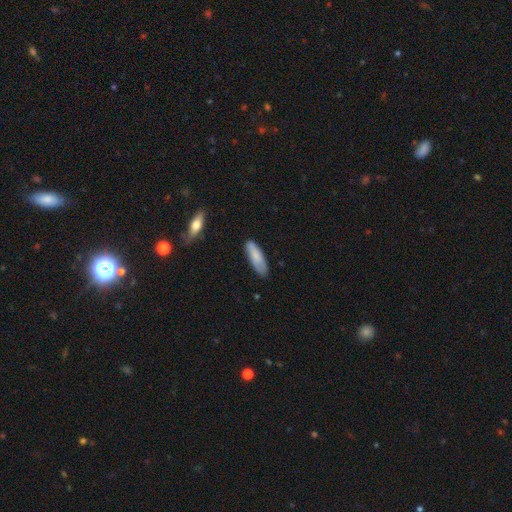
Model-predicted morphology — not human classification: Smooth or featured? Predicted: smooth (p=0.81). How rounded? Predicted: cigar-shaped (p=0.50). Merging? Predicted: none (p=0.78).